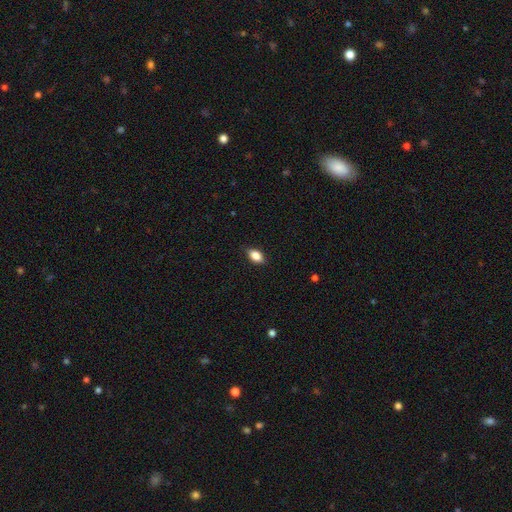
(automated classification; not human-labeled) This appears to be a smooth galaxy with no disk features (85%) that is in between round and cigar-shaped (87%). Merging: none (85%).